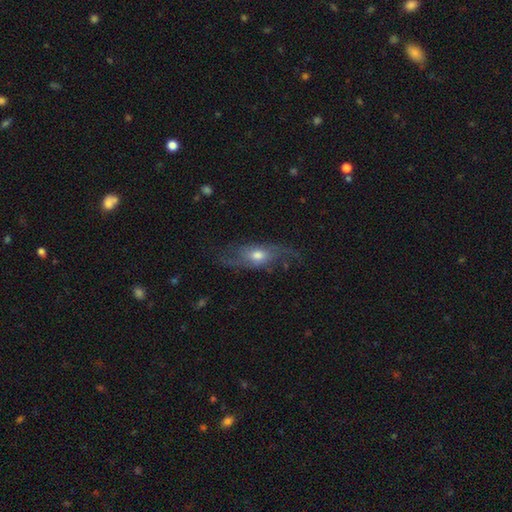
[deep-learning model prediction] smooth-or-featured: featured or disk: 71% | smooth: 19% | star or artifact: 10%
  disk-edge-on: no: 76% | yes: 24%
    bar: no: 72% | weak: 23% | strong: 5%
    has-spiral-arms: yes: 86% | no: 14%
    bulge-size: moderate: 64% | small: 23% | large: 9% | none: 2% | dominant: 2%
  merging: none: 72% | minor disturbance: 18% | major disturbance: 9% | merger: 1%